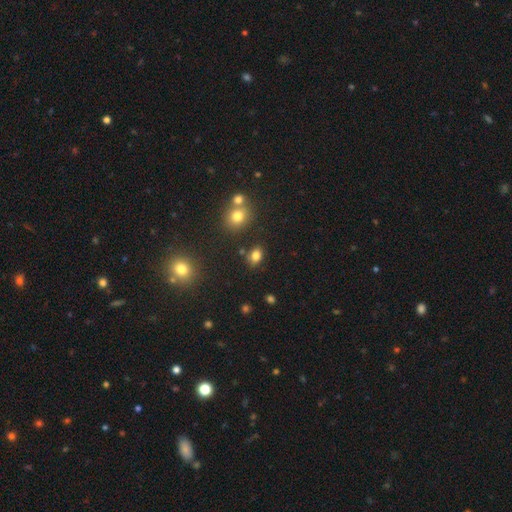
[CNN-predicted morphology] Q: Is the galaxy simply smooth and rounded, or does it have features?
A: smooth — 79%.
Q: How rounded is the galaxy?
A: in between — 71%.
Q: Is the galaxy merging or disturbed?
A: none — 75%.